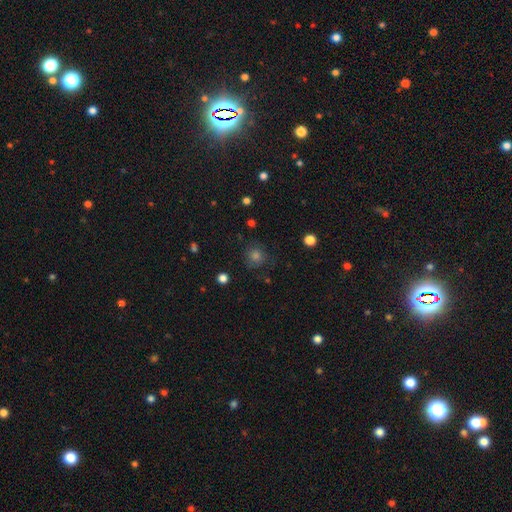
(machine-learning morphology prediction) A smooth galaxy with no disk features (64%) that is round (91%).

Vote fractions:
- Smooth or featured? smooth: 64% / star or artifact: 25% / featured or disk: 11%
- How rounded? round: 91% / in between: 8% / cigar-shaped: 1%
- Merging? none: 79% / minor disturbance: 13% / major disturbance: 6% / merger: 2%